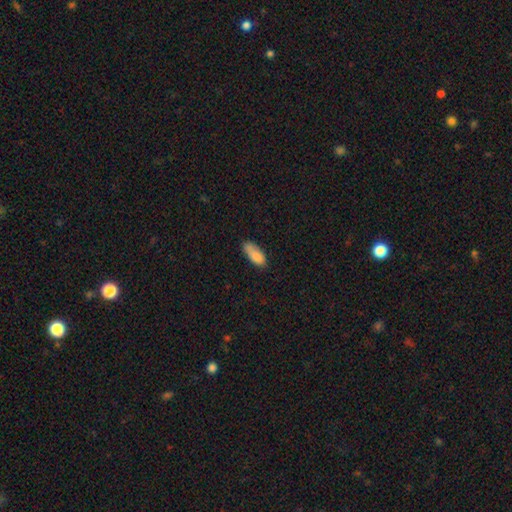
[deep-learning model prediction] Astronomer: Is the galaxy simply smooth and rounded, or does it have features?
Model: smooth — 85%.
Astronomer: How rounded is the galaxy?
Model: in between — 81%.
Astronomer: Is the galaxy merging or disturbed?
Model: none — 62%.